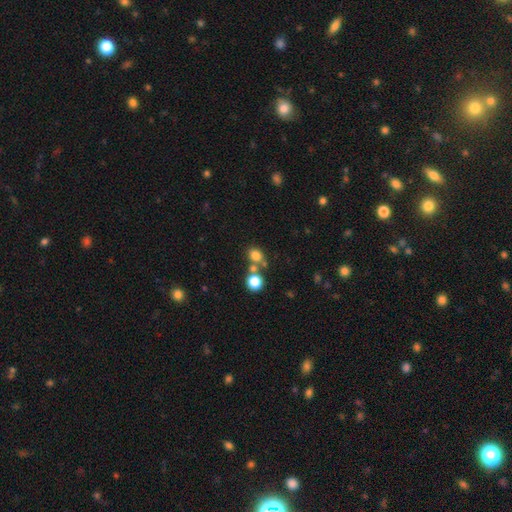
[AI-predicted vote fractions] Morphology: type=smooth (76%); roundness=round (68%); merging=none (57%).